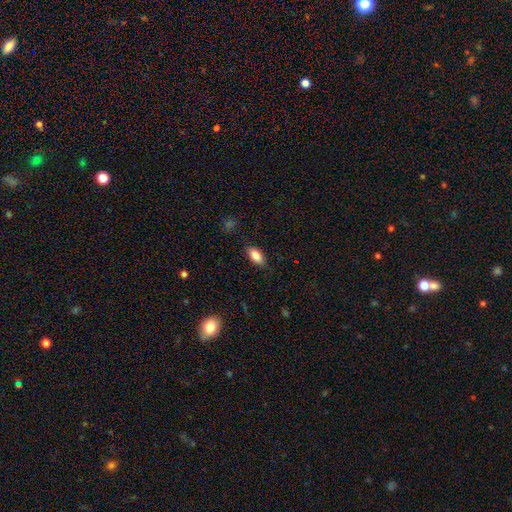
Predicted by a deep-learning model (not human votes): Morphology: type=smooth (86%); roundness=in between (88%); merging=none (84%).